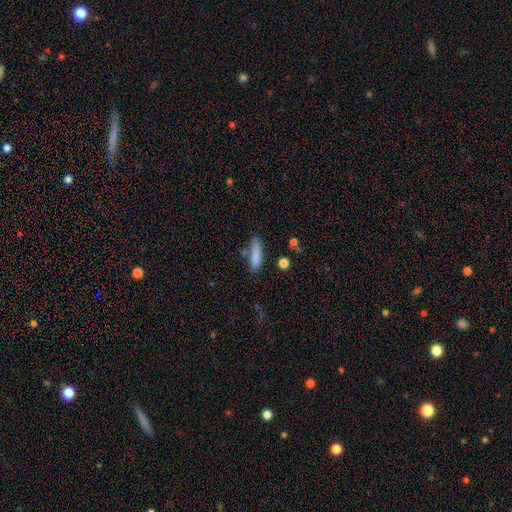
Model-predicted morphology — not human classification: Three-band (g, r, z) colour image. It shows a smooth galaxy with no disk features (83%) that is cigar-shaped (74%). Merging: none (67%).